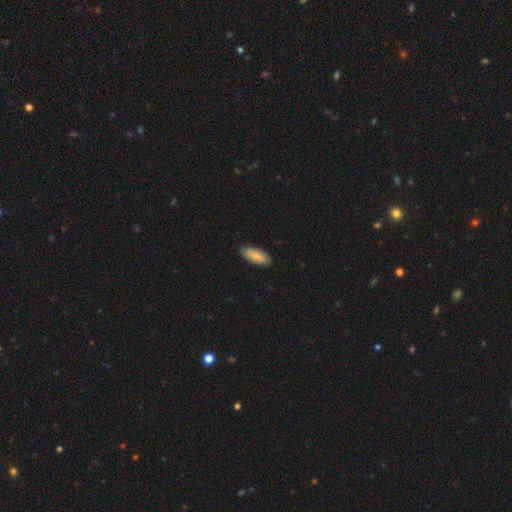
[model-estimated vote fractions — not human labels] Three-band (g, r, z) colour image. It shows a smooth galaxy with no disk features (83%) that is in between round and cigar-shaped (79%). Merging: none (87%).